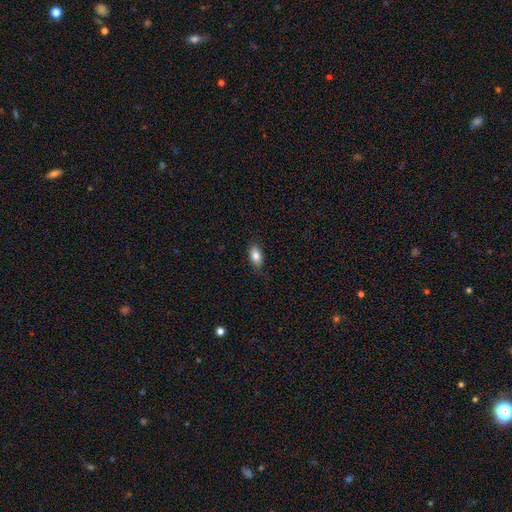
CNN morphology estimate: A smooth galaxy with no disk features (83%) that is in between round and cigar-shaped (90%). Merging: none (83%).